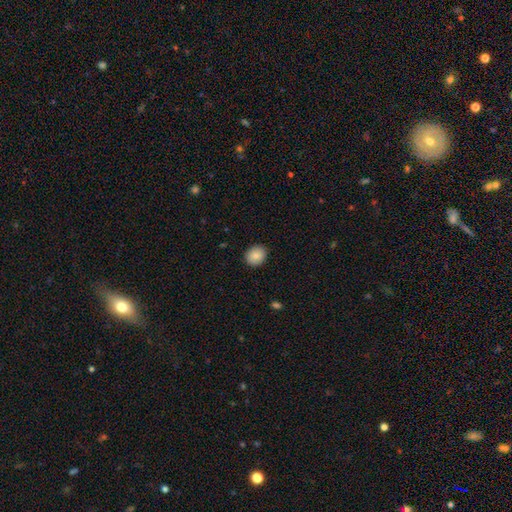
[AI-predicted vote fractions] A smooth galaxy with no disk features (87%) that is round (61%).

Vote fractions:
- Smooth or featured? smooth: 87% / star or artifact: 8% / featured or disk: 5%
- How rounded? round: 61% / in between: 38% / cigar-shaped: 1%
- Merging? none: 90% / minor disturbance: 7% / major disturbance: 2% / merger: 1%